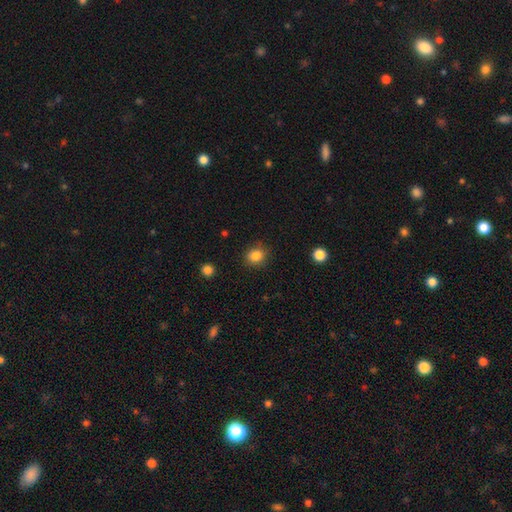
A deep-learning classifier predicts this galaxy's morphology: type=smooth (85%); roundness=round (73%); merging=none (87%).